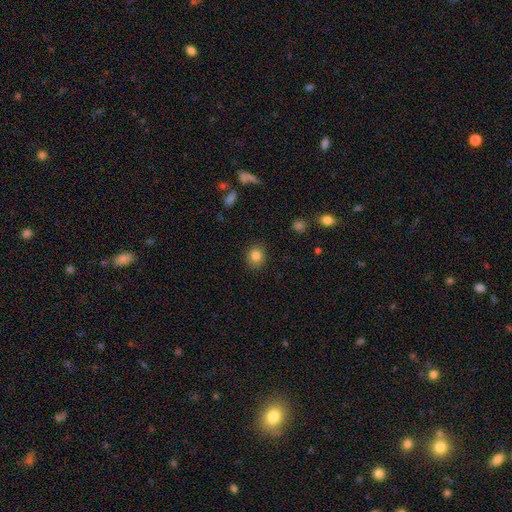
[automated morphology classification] Overall: smooth (83%). How rounded: round (78%). Merging: none (88%).